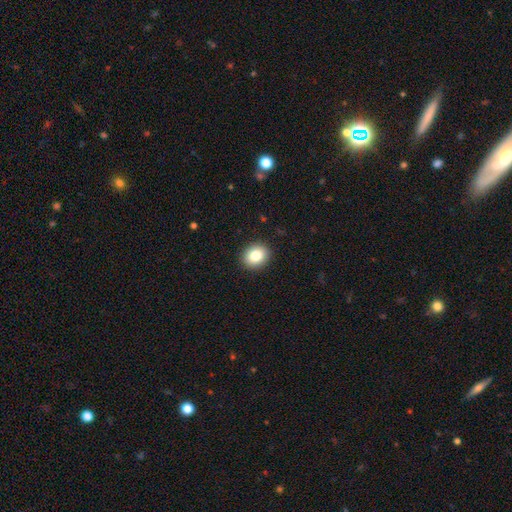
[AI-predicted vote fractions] Smooth or featured? Predicted: smooth (p=0.84). How rounded? Predicted: round (p=0.60). Merging? Predicted: none (p=0.91).